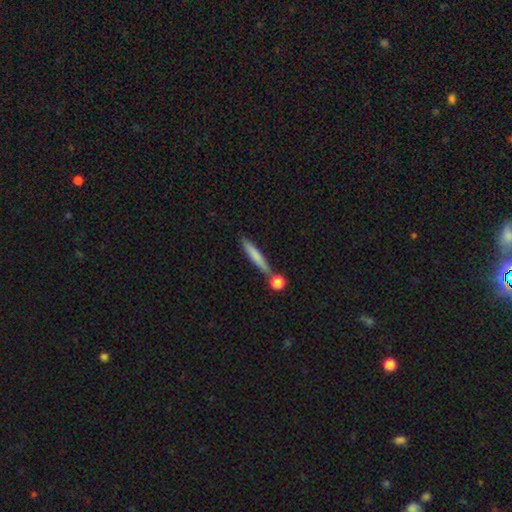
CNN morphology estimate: Smooth or featured?
  - smooth: 73% *
  - featured or disk: 21%
  - star or artifact: 6%
How rounded?
  - cigar-shaped: 92% *
  - in between: 6%
  - round: 2%
Merging?
  - none: 72% *
  - merger: 13%
  - minor disturbance: 12%
  - major disturbance: 3%